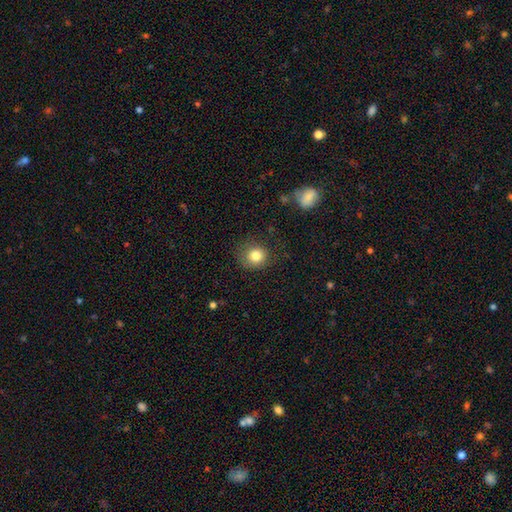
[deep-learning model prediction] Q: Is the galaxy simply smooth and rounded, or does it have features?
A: smooth — 82%.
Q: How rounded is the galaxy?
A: round — 84%.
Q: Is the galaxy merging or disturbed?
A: none — 80%.